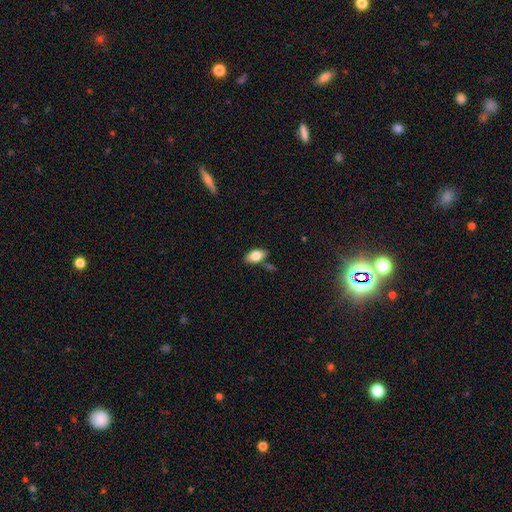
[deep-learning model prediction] smooth 80%, featured or disk 12%, star or artifact 7%. Down the decision tree: how rounded — in between (91%); merging — none (74%).